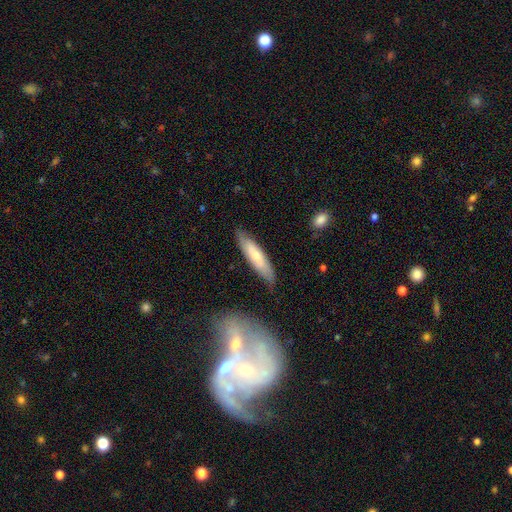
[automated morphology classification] The model was most divided on "smooth or featured": smooth: 65%, featured or disk: 29%, star or artifact: 6%. More confident: merging — none (81%); how rounded — cigar-shaped (75%).